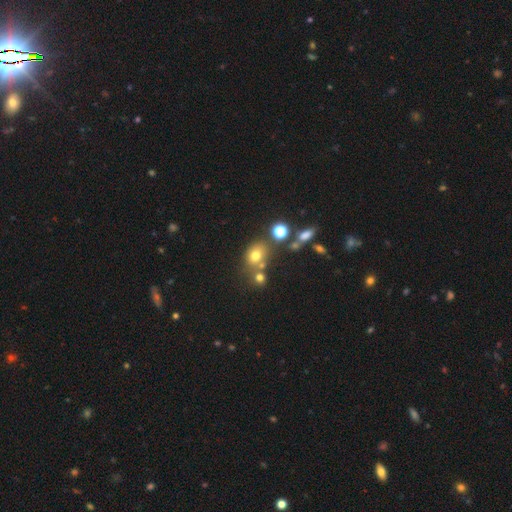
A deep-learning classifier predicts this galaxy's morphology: This is likely a smooth galaxy (69%). How rounded: possibly round (51%). Merging: possibly none (56%).